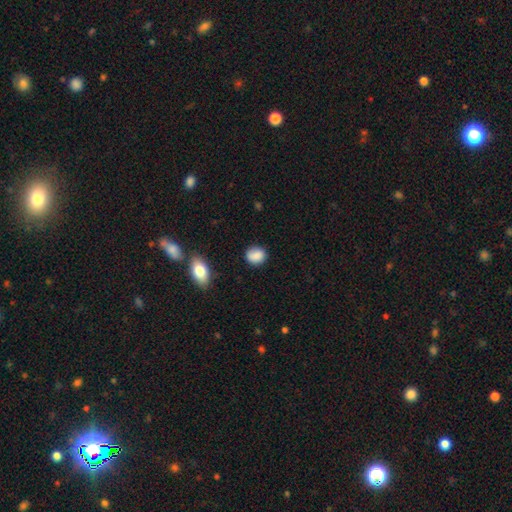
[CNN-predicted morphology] type=smooth (86%); roundness=round (65%); merging=none (80%).